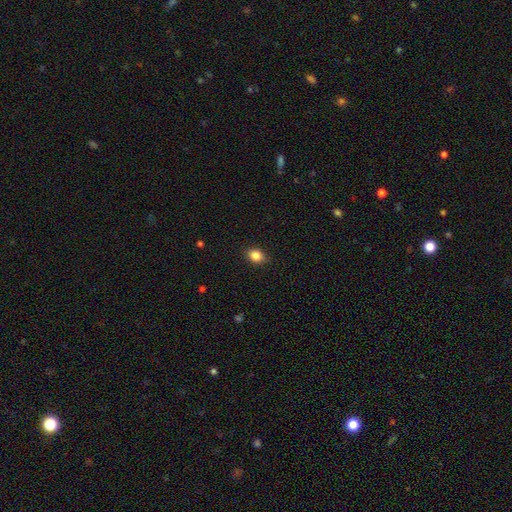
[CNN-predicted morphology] Smooth or featured?
  - smooth: 84% *
  - star or artifact: 10%
  - featured or disk: 6%
How rounded?
  - in between: 62% *
  - round: 37%
  - cigar-shaped: 2%
Merging?
  - none: 84% *
  - minor disturbance: 13%
  - major disturbance: 2%
  - merger: 1%